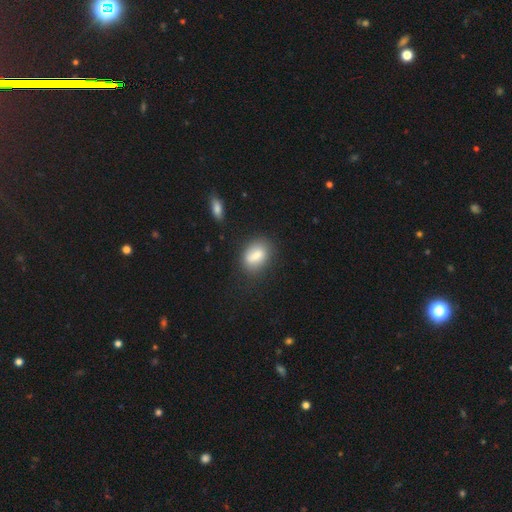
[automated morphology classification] A smooth galaxy with no disk features (77%) that is in between round and cigar-shaped (78%).

Vote fractions:
- Smooth or featured? smooth: 77% / featured or disk: 14% / star or artifact: 8%
- How rounded? in between: 78% / round: 20% / cigar-shaped: 2%
- Merging? none: 70% / minor disturbance: 19% / major disturbance: 6% / merger: 6%